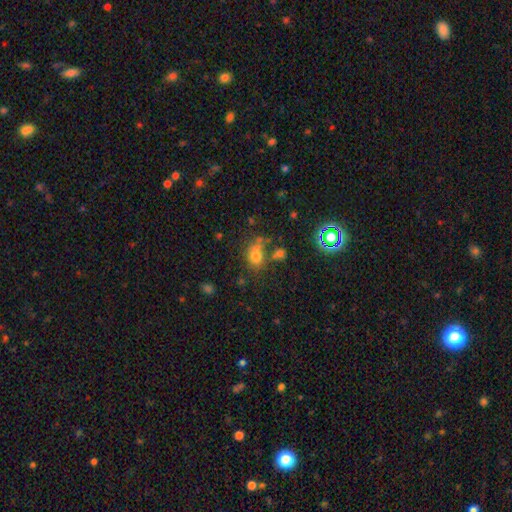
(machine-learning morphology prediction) This is likely a smooth galaxy (69%). How rounded: possibly in between (53%). Merging: possibly none (49%).